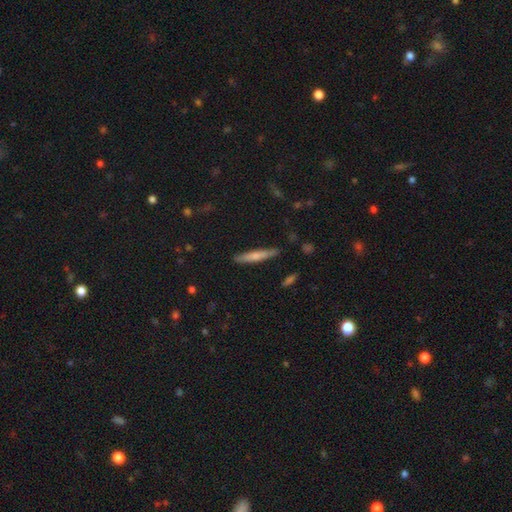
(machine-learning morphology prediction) Smooth or featured? Predicted: smooth (p=0.61). How rounded? Predicted: cigar-shaped (p=0.93). Merging? Predicted: none (p=0.87).